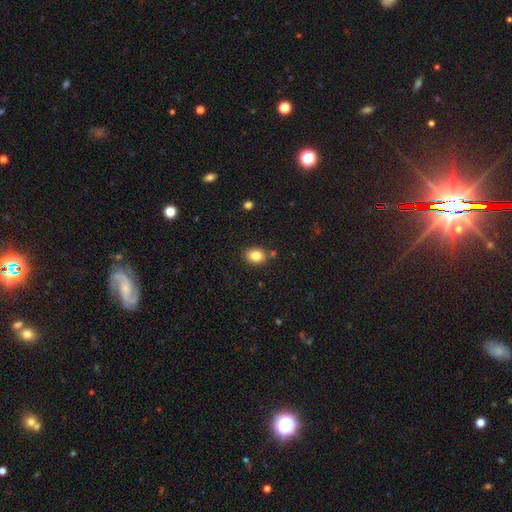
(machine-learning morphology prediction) smooth_or_featured: smooth (p=0.83) [alt: star or artifact p=0.10]
how_rounded: in between (p=0.56) [alt: round p=0.43]
merging: none (p=0.83) [alt: minor disturbance p=0.10]